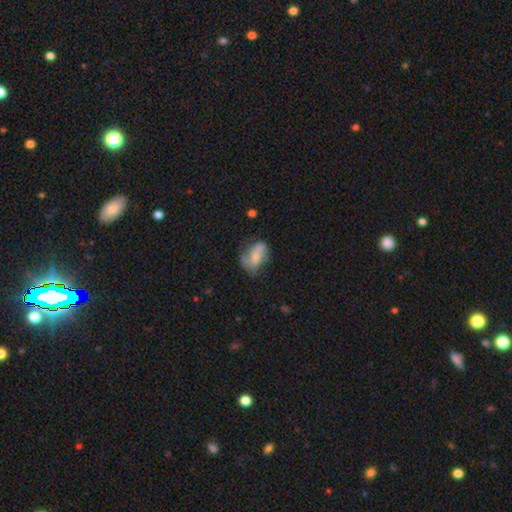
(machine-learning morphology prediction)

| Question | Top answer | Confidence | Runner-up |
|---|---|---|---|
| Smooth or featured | smooth | 53% | featured or disk (38%) |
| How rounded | in between | 86% | round (10%) |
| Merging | none | 42% | minor disturbance (30%) |